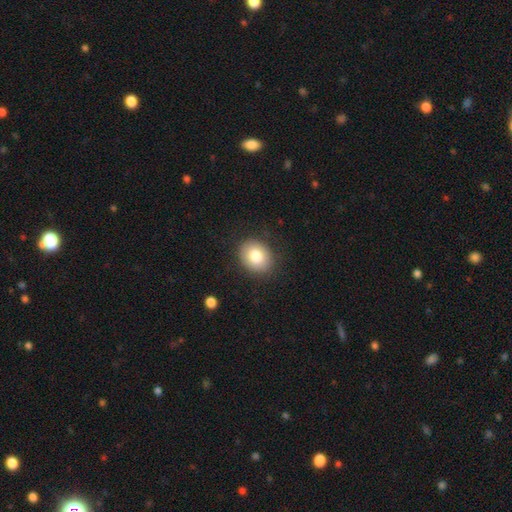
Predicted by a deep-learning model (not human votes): The model was most divided on "how rounded": round: 54%, in between: 45%, cigar-shaped: 1%. More confident: merging — none (86%); smooth or featured — smooth (81%).